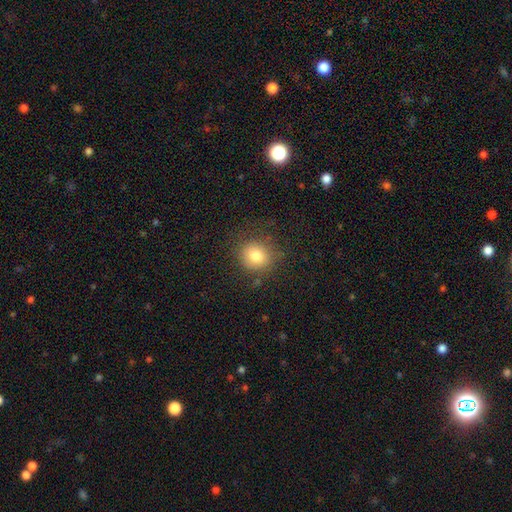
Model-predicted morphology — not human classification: smooth 79%, star or artifact 12%, featured or disk 9%. Down the decision tree: how rounded — round (81%); merging — none (80%).